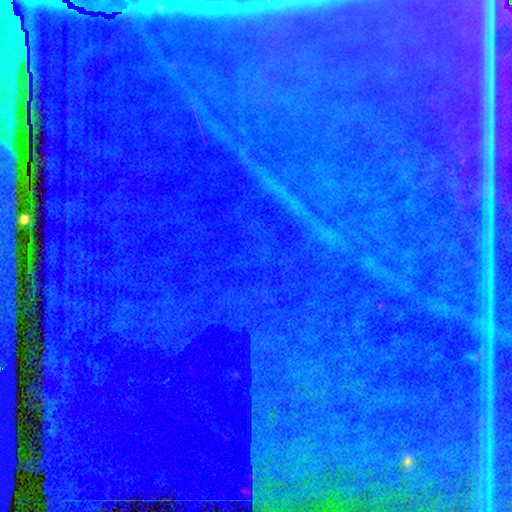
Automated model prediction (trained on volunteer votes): Smooth or featured?
  - star or artifact: 86% *
  - featured or disk: 7%
  - smooth: 7%